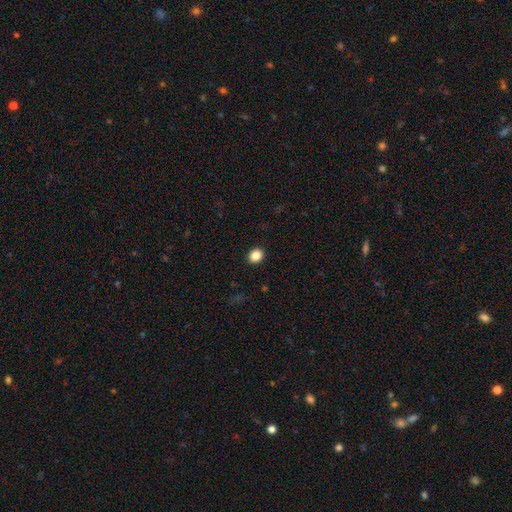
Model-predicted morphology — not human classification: This appears to be a smooth galaxy with no disk features (86%) that is round (62%). Merging: none (91%).